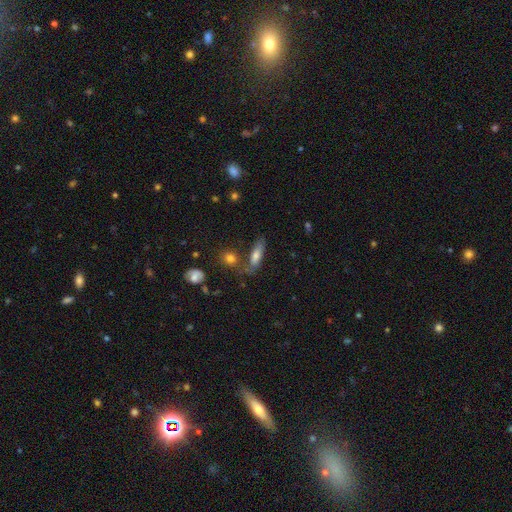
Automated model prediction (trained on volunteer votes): Smooth or featured? smooth (68%)
How rounded? cigar-shaped (48%, tied with in between)
Merging? none (55%)